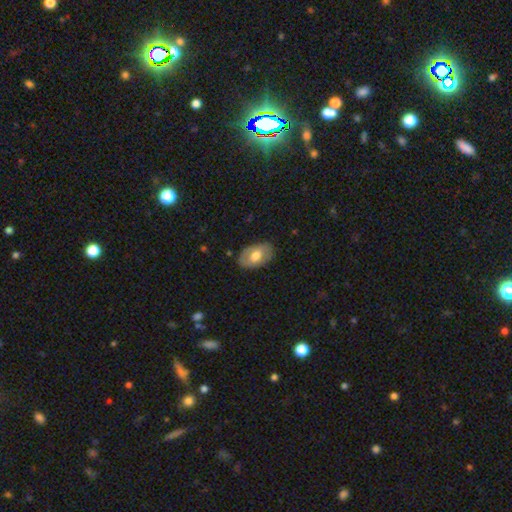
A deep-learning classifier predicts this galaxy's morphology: Smooth or featured? Predicted: smooth (p=0.59). How rounded? Predicted: in between (p=0.91). Merging? Predicted: none (p=0.80).